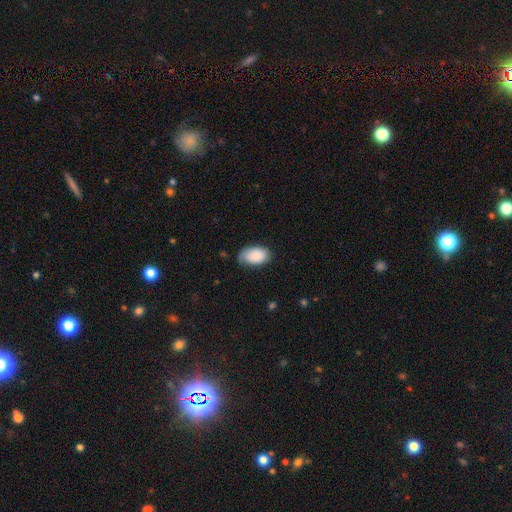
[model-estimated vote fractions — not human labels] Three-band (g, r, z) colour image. It shows a smooth galaxy with no disk features (76%) that is in between round and cigar-shaped (93%). Merging: none (61%).